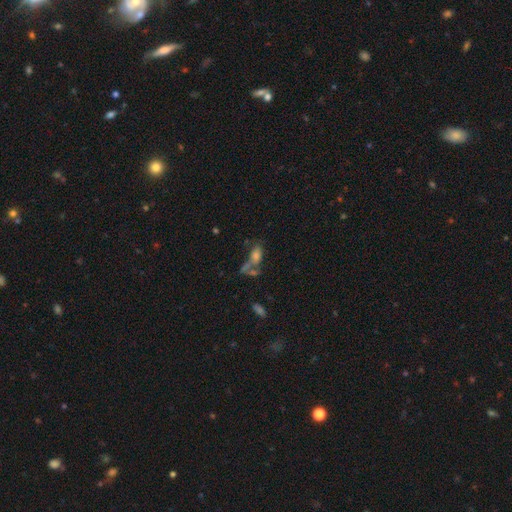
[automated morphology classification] A smooth galaxy with no disk features (58%) that is in between round and cigar-shaped (82%). Merging: merger (39%).